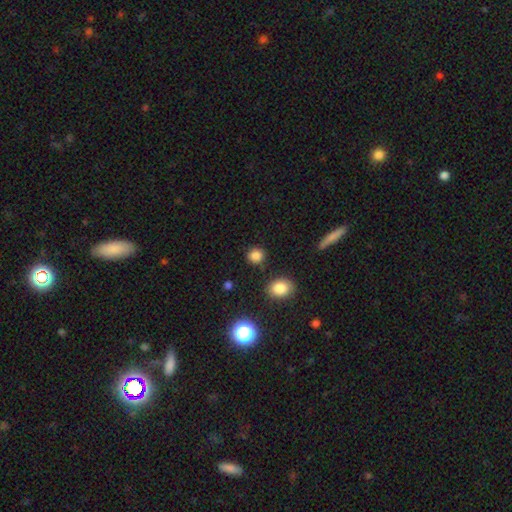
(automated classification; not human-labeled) Q: Smooth or featured?
A: smooth (81%); runner-up: star or artifact (14%)
Q: How rounded?
A: round (85%); runner-up: in between (14%)
Q: Merging?
A: none (85%); runner-up: minor disturbance (8%)